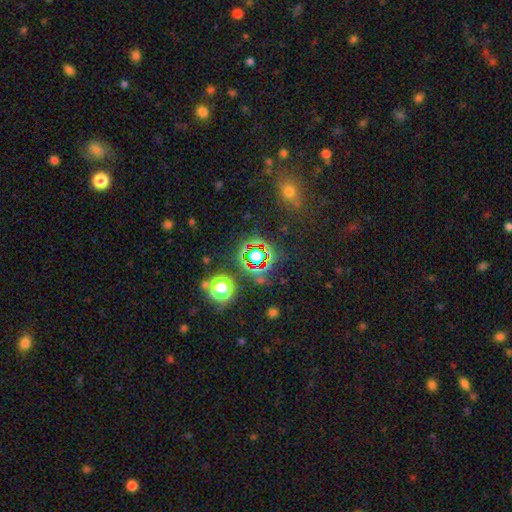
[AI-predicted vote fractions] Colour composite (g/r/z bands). It shows a star or artifact, not a galaxy (71%).